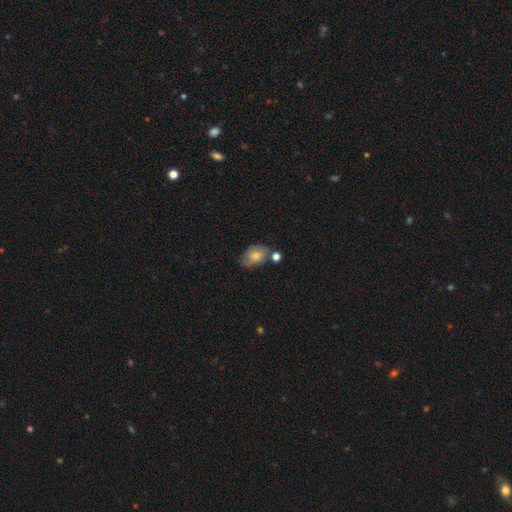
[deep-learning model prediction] Smooth or featured?
  - smooth: 66% *
  - featured or disk: 26%
  - star or artifact: 8%
How rounded?
  - in between: 81% *
  - round: 18%
  - cigar-shaped: 1%
Merging?
  - none: 51% *
  - minor disturbance: 26%
  - merger: 15%
  - major disturbance: 8%